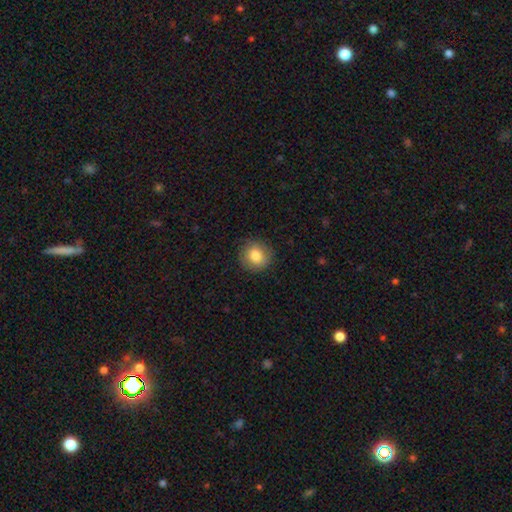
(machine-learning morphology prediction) This is clearly a smooth galaxy (82%). How rounded: clearly round (87%). Merging: clearly none (87%).